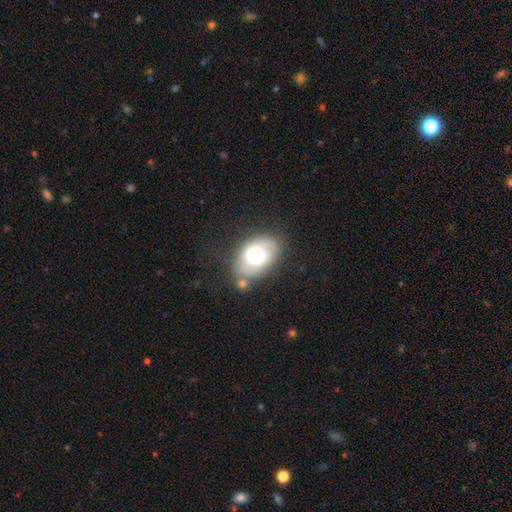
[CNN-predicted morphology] Smooth or featured? Predicted: smooth (p=0.54). How rounded? Predicted: in between (p=0.85). Merging? Predicted: none (p=0.60).